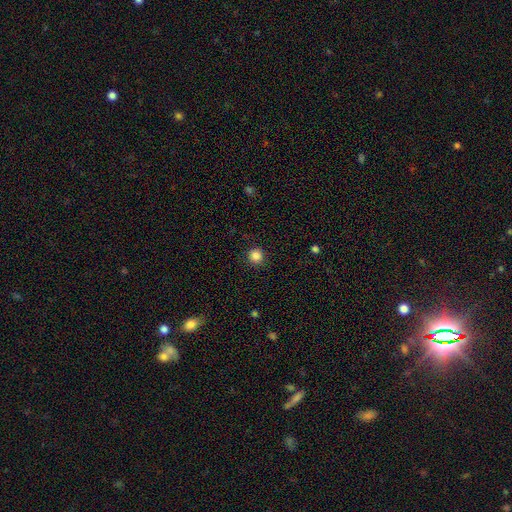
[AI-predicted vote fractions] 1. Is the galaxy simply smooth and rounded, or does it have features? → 86% smooth, 11% star or artifact, 3% featured or disk.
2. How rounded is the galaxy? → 95% round, 4% in between, 1% cigar-shaped.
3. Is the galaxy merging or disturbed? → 91% none, 6% minor disturbance, 2% major disturbance, 1% merger.